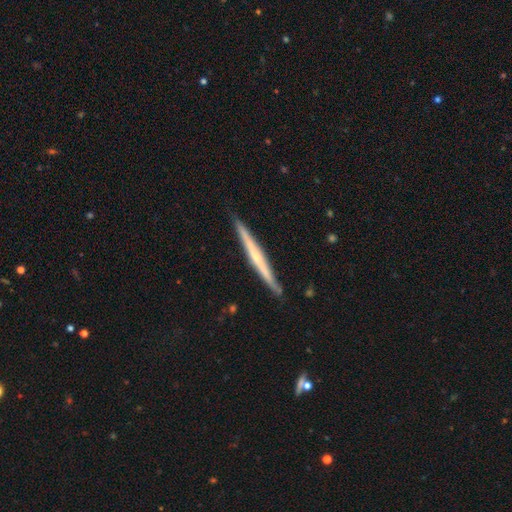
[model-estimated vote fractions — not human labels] A featured or disk galaxy (64%) viewed edge-on (98%) with no central bulge (53%). Merging: none (90%).